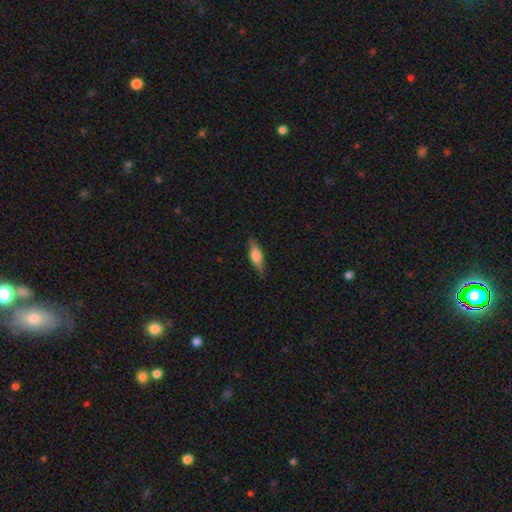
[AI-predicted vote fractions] Smooth or featured?
  - smooth: 62% *
  - featured or disk: 31%
  - star or artifact: 7%
How rounded?
  - in between: 55% *
  - cigar-shaped: 43%
  - round: 3%
Merging?
  - none: 81% *
  - minor disturbance: 15%
  - major disturbance: 3%
  - merger: 1%